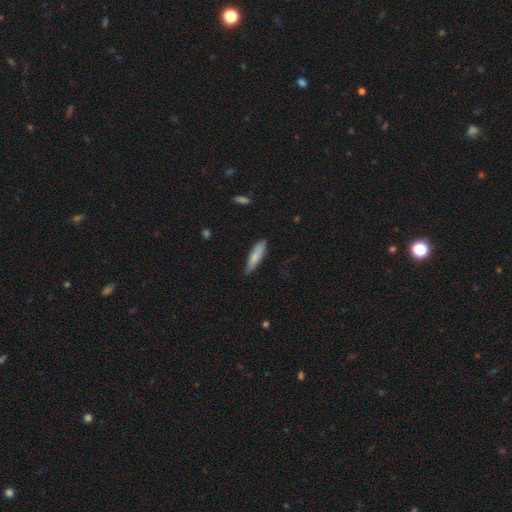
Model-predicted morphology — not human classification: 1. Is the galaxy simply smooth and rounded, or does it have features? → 80% smooth, 15% featured or disk, 6% star or artifact.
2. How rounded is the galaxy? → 73% cigar-shaped, 26% in between, 1% round.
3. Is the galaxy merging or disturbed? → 75% none, 20% minor disturbance, 3% major disturbance, 1% merger.